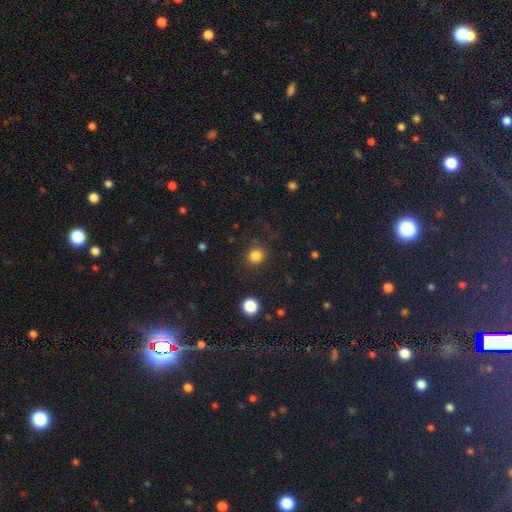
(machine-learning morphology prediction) A smooth galaxy with no disk features (83%) that is round (90%). Merging: none (86%).